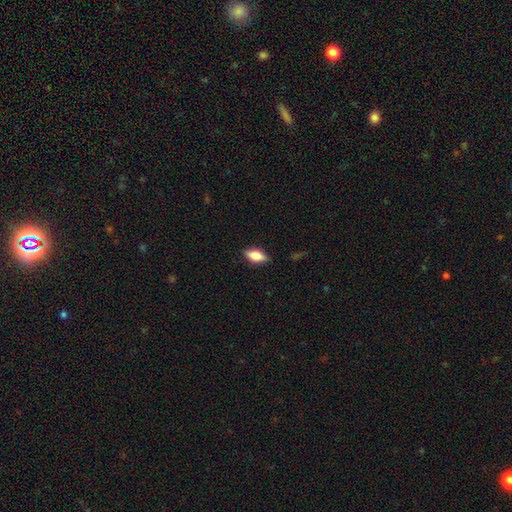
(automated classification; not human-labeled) smooth-or-featured: smooth: 63% | featured or disk: 30% | star or artifact: 8%
  how-rounded: in between: 78% | cigar-shaped: 18% | round: 4%
  merging: none: 86% | minor disturbance: 11% | major disturbance: 2% | merger: 1%